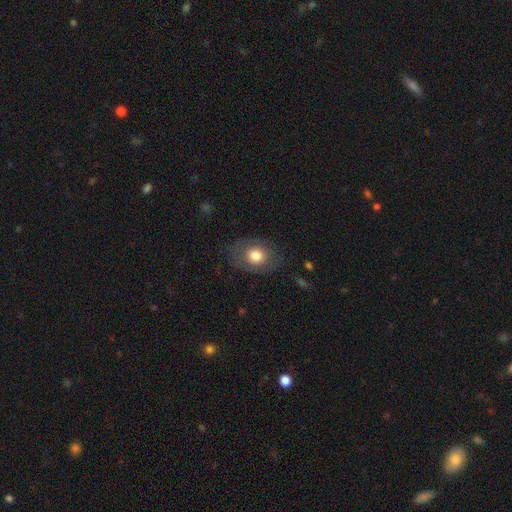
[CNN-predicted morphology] A smooth galaxy with no disk features (70%) that is in between round and cigar-shaped (61%).

Vote fractions:
- Smooth or featured? smooth: 70% / featured or disk: 22% / star or artifact: 8%
- How rounded? in between: 61% / round: 38% / cigar-shaped: 1%
- Merging? none: 76% / minor disturbance: 16% / major disturbance: 8% / merger: 1%